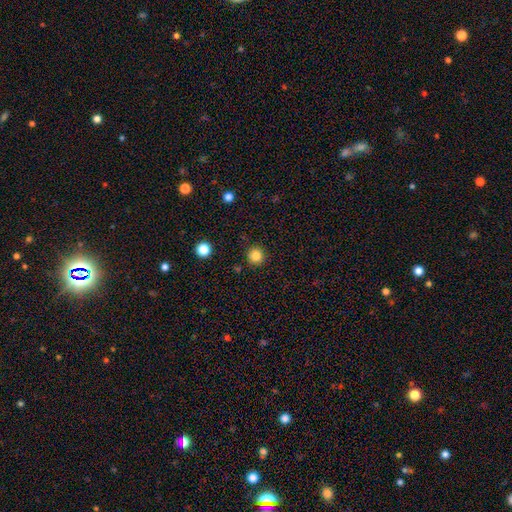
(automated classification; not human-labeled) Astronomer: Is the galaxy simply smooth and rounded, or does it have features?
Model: smooth — 84%.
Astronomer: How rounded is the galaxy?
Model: round — 95%.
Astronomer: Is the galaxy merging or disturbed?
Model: none — 91%.